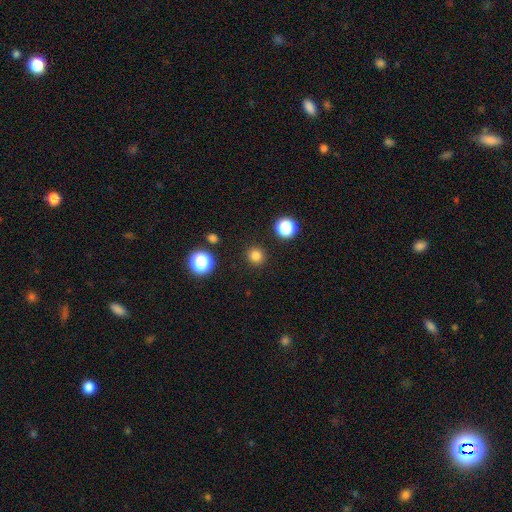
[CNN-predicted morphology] smooth_or_featured: smooth (p=0.81) [alt: star or artifact p=0.15]
how_rounded: round (p=0.93) [alt: in between p=0.06]
merging: none (p=0.91) [alt: minor disturbance p=0.05]